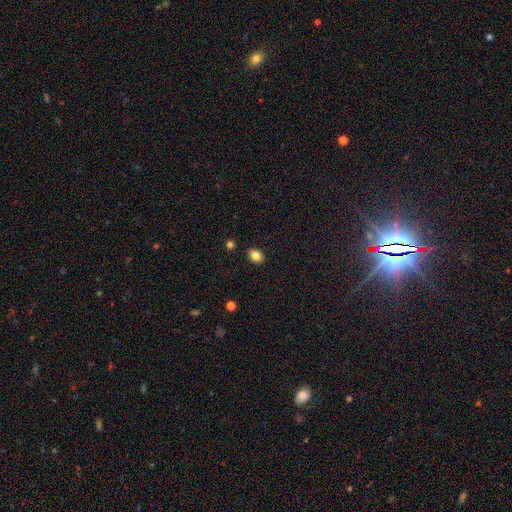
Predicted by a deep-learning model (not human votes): smooth 84%, star or artifact 10%, featured or disk 6%. Down the decision tree: how rounded — in between (70%); merging — none (89%).